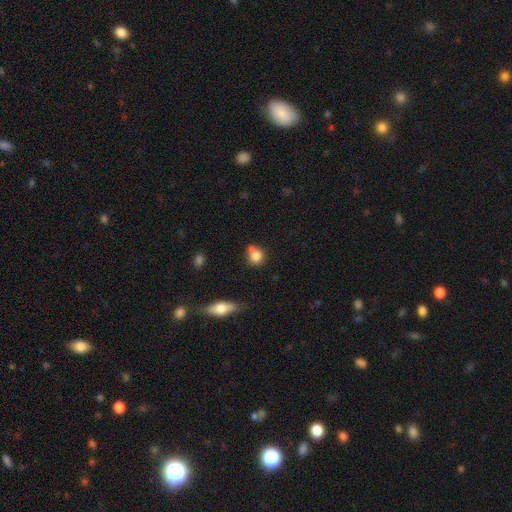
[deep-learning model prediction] This is likely a smooth galaxy (79%). How rounded: likely round (74%). Merging: possibly none (49%).